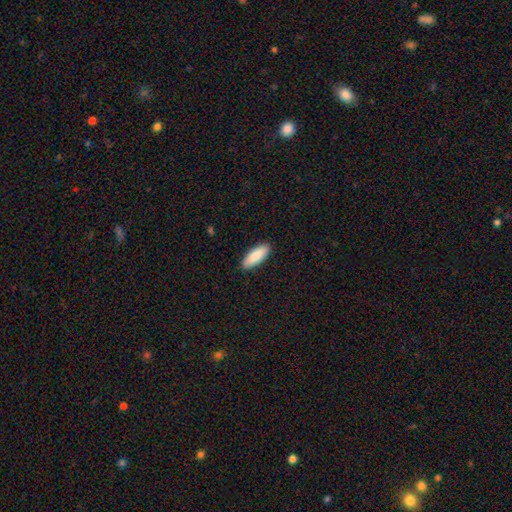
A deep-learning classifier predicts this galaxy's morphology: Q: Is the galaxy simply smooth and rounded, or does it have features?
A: smooth — 88%.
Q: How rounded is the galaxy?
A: in between — 69%.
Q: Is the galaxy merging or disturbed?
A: none — 90%.